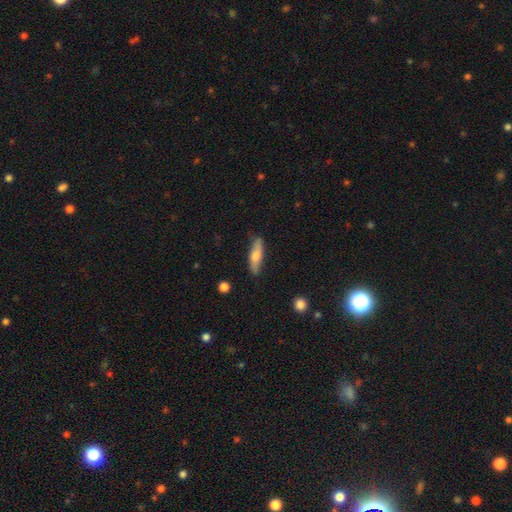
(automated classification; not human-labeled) This is likely a smooth galaxy (65%). How rounded: possibly cigar-shaped (60%). Merging: clearly none (80%).